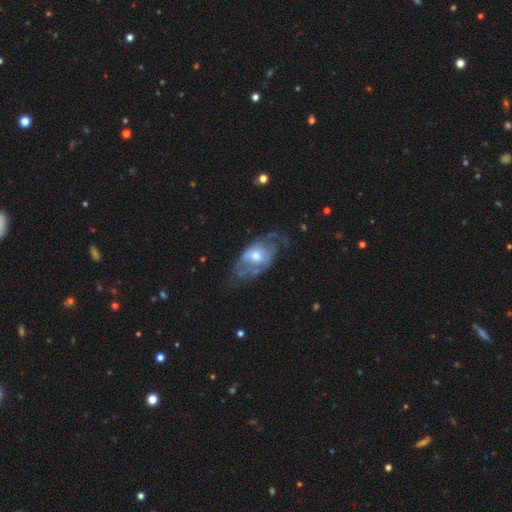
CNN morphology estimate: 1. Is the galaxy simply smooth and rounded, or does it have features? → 67% featured or disk, 27% smooth, 6% star or artifact.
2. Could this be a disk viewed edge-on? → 93% no, 7% yes.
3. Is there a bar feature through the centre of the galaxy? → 64% no, 30% weak, 7% strong.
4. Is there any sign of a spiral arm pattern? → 57% yes, 43% no.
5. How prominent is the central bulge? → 65% moderate, 17% small, 15% large, 2% none, 1% dominant.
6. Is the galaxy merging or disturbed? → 43% none, 27% major disturbance, 27% minor disturbance, 3% merger.